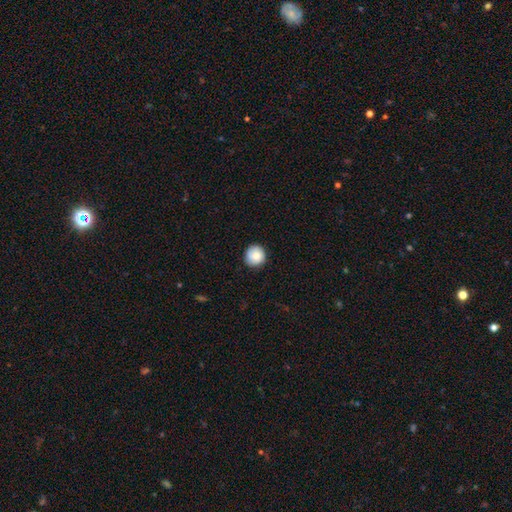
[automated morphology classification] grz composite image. It shows a smooth galaxy with no disk features (83%) that is round (93%). Merging: none (87%).